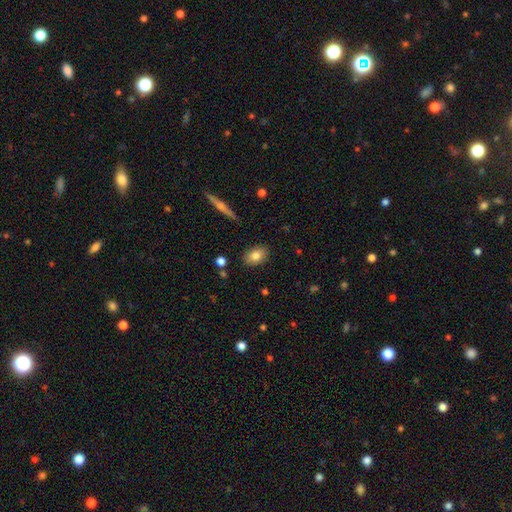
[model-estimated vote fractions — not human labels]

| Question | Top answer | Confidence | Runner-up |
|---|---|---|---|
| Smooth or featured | smooth | 80% | featured or disk (12%) |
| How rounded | in between | 83% | round (15%) |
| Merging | none | 87% | minor disturbance (10%) |